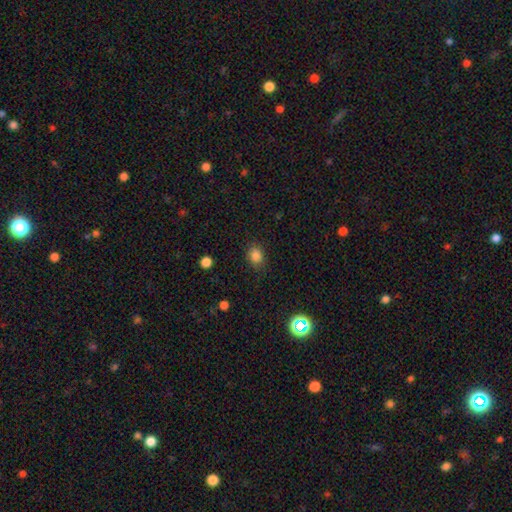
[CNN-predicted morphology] Smooth or featured?
  - smooth: 83% *
  - star or artifact: 12%
  - featured or disk: 4%
How rounded?
  - round: 50% *
  - in between: 49%
  - cigar-shaped: 1%
Merging?
  - none: 81% *
  - minor disturbance: 13%
  - major disturbance: 4%
  - merger: 1%